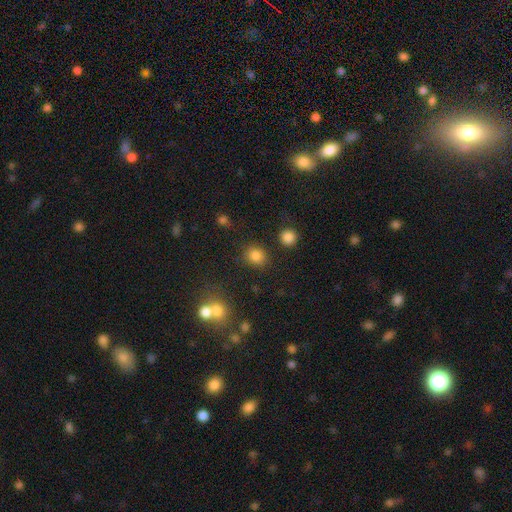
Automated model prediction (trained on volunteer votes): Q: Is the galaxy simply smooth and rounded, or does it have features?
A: smooth — 82%.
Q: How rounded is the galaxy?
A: round — 73%.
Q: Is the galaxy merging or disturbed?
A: none — 81%.